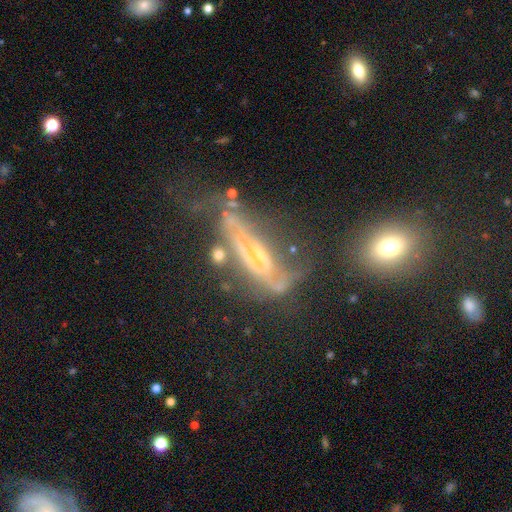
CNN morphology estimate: smooth-or-featured: featured or disk: 71% | smooth: 17% | star or artifact: 12%
  disk-edge-on: no: 52% | yes: 48%
  merging: major disturbance: 35% | none: 30% | minor disturbance: 21% | merger: 15%